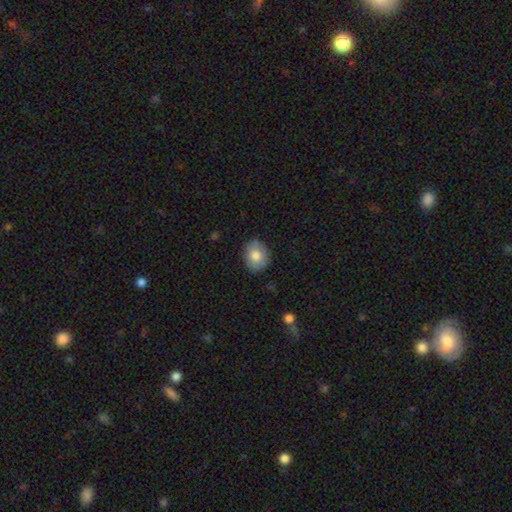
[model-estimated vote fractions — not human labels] Q: Smooth or featured?
A: smooth (79%); runner-up: featured or disk (14%)
Q: How rounded?
A: round (50%); runner-up: in between (49%)
Q: Merging?
A: none (86%); runner-up: minor disturbance (11%)